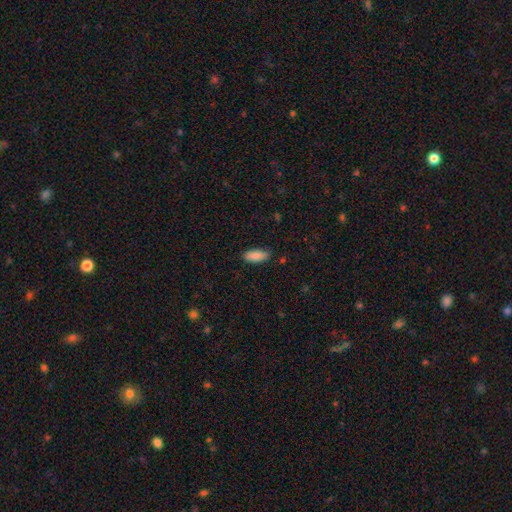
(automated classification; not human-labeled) Morphology: type=smooth (88%); roundness=in between (83%); merging=none (86%).